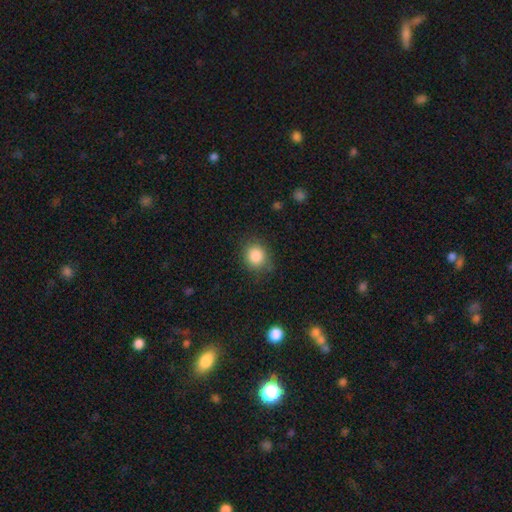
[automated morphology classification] smooth-or-featured: smooth: 86% | star or artifact: 9% | featured or disk: 5%
  how-rounded: round: 75% | in between: 24% | cigar-shaped: 1%
  merging: none: 78% | minor disturbance: 16% | major disturbance: 4% | merger: 1%